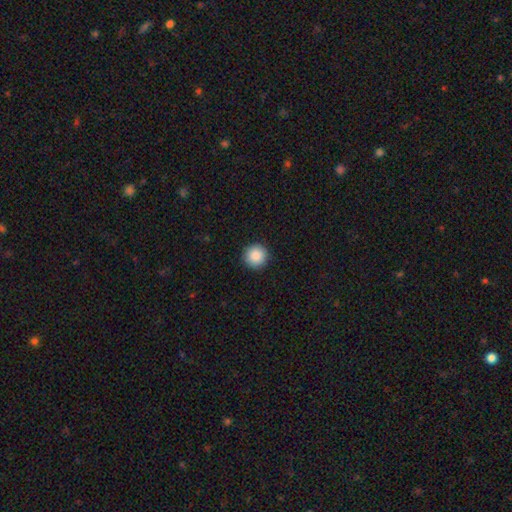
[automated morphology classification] type=smooth (88%); roundness=round (96%); merging=none (93%).